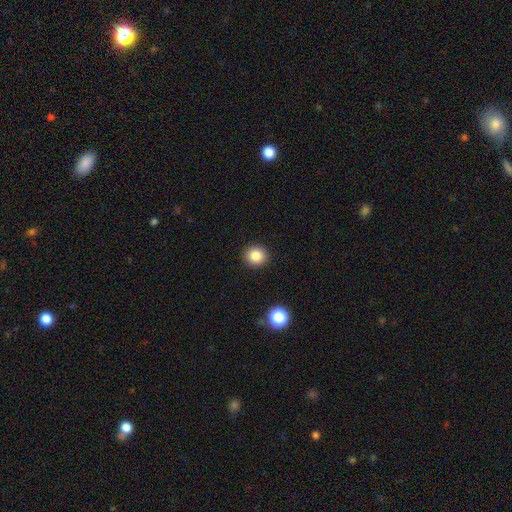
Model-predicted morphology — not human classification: Overall: smooth (85%). How rounded: round (91%). Merging: none (92%).